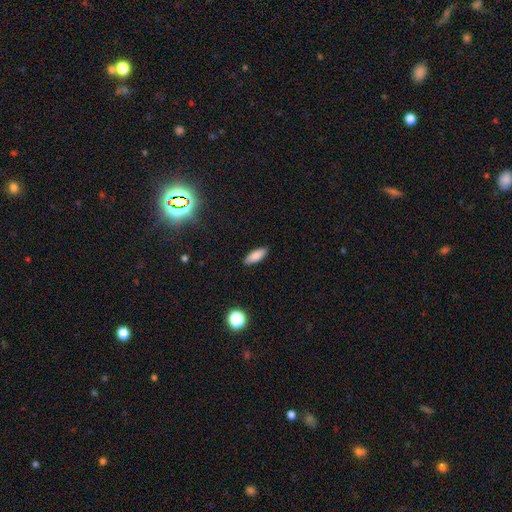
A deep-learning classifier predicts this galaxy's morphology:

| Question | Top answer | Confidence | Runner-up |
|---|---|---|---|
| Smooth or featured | smooth | 85% | star or artifact (8%) |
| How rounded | in between | 69% | cigar-shaped (28%) |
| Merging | none | 89% | minor disturbance (8%) |